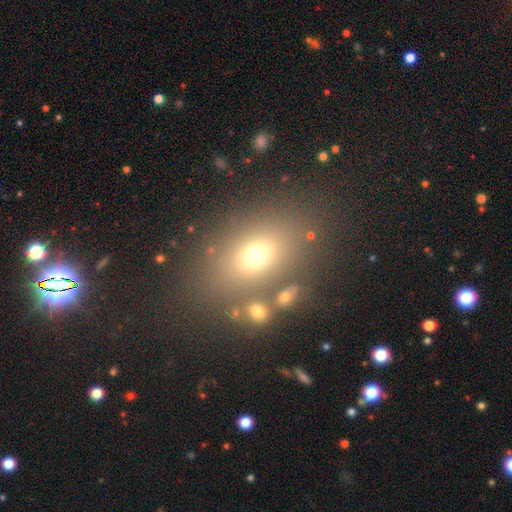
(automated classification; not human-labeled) Smooth or featured: smooth — 67% (star or artifact — 19%)
How rounded: in between — 69% (round — 29%)
Merging: none — 72% (minor disturbance — 11%)